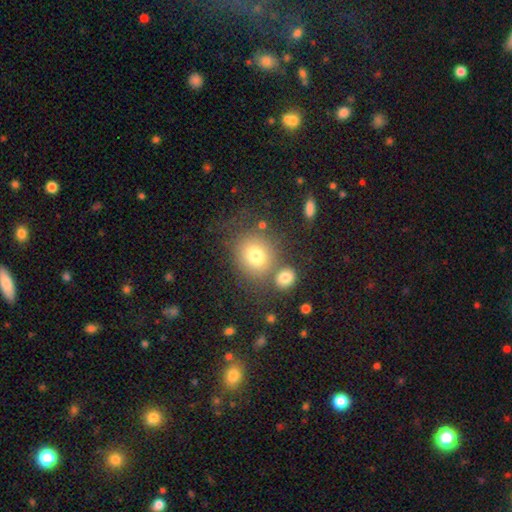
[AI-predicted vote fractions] The model was most divided on "merging": none: 62%, merger: 18%, minor disturbance: 13%, major disturbance: 7%. More confident: smooth or featured — smooth (76%); how rounded — round (72%).